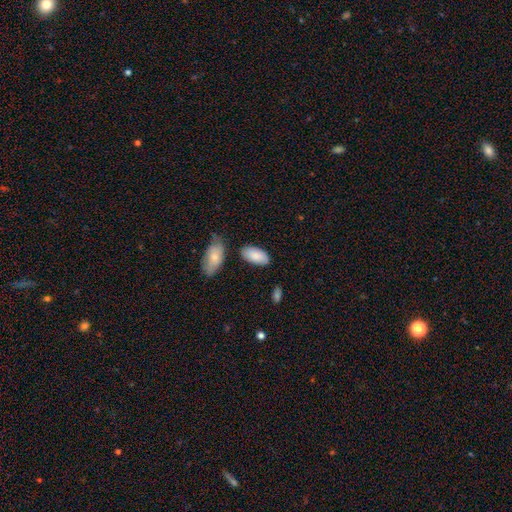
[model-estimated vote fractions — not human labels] Smooth or featured? Predicted: smooth (p=0.87). How rounded? Predicted: in between (p=0.95). Merging? Predicted: none (p=0.76).